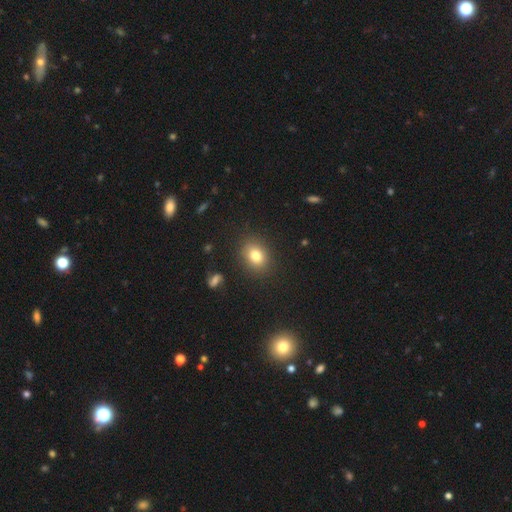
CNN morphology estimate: Overall: smooth (80%). How rounded: in between (53%; round 45%). Merging: none (86%).